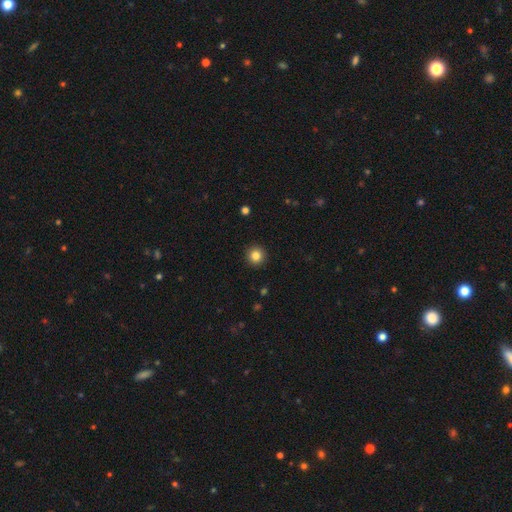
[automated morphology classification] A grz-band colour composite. It shows a smooth galaxy with no disk features (84%) that is round (95%). Merging: none (93%).